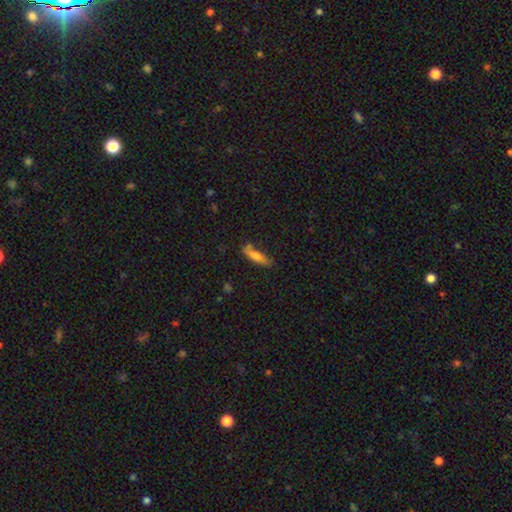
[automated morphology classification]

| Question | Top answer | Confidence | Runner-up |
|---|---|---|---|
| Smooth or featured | smooth | 66% | featured or disk (27%) |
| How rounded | cigar-shaped | 65% | in between (33%) |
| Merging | none | 67% | minor disturbance (23%) |